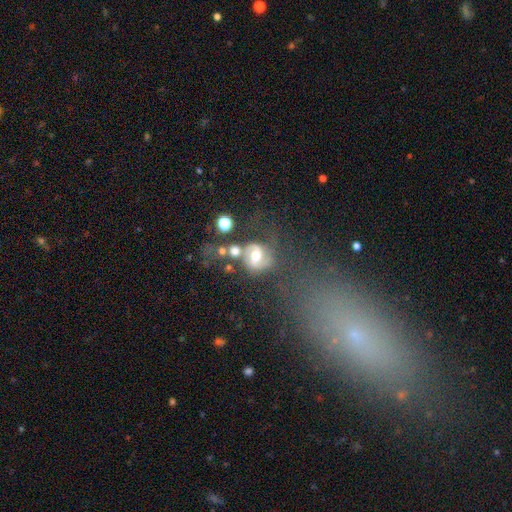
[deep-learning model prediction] Q: Smooth or featured?
A: featured or disk (62%); runner-up: smooth (27%)
Q: Edge-on disk?
A: no (97%); runner-up: yes (3%)
Q: Bar?
A: weak (42%); runner-up: no (37%)
Q: Spiral arms?
A: yes (81%); runner-up: no (19%)
Q: Bulge size?
A: moderate (73%); runner-up: small (14%)
Q: Merging?
A: none (48%); runner-up: minor disturbance (19%)